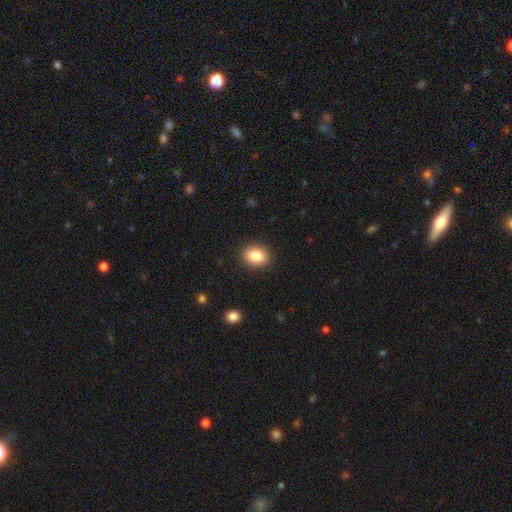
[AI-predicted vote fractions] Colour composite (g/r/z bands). It shows a smooth galaxy with no disk features (86%) that is in between round and cigar-shaped (60%). Merging: none (89%).